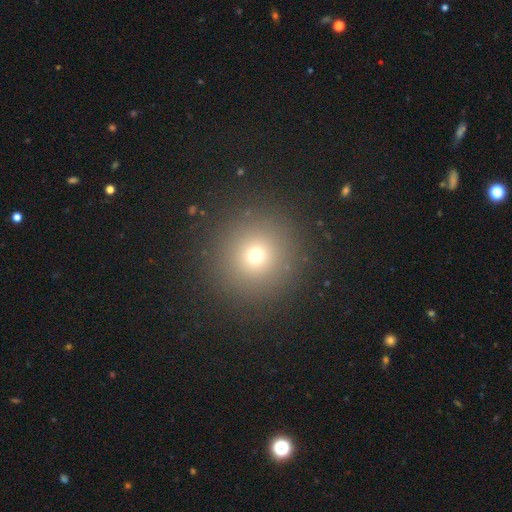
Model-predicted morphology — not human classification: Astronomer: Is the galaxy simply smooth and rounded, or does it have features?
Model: smooth — 69%.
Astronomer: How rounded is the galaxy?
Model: round — 95%.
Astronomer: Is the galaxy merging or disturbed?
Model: none — 89%.